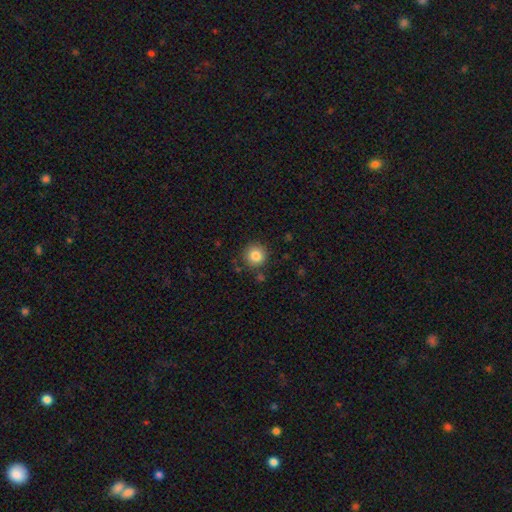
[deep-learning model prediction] smooth-or-featured: smooth: 84% | star or artifact: 10% | featured or disk: 6%
  how-rounded: round: 94% | in between: 5% | cigar-shaped: 1%
  merging: none: 86% | minor disturbance: 8% | merger: 3% | major disturbance: 3%